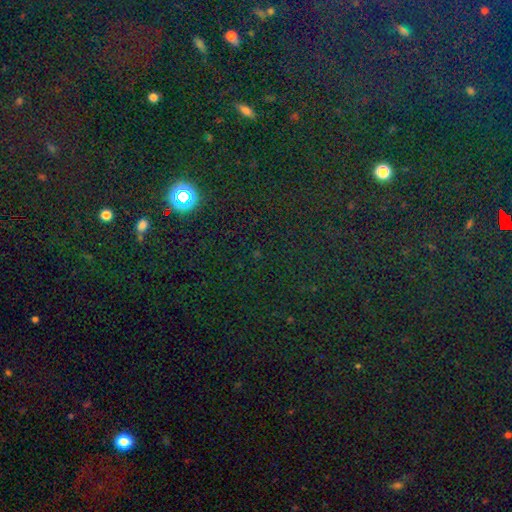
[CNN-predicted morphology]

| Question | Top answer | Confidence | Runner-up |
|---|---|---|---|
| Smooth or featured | star or artifact | 78% | smooth (14%) |